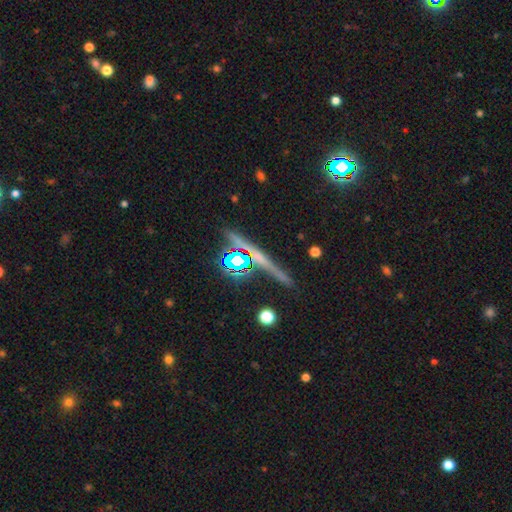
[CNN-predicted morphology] Q: Smooth or featured?
A: star or artifact (56%); runner-up: featured or disk (25%)